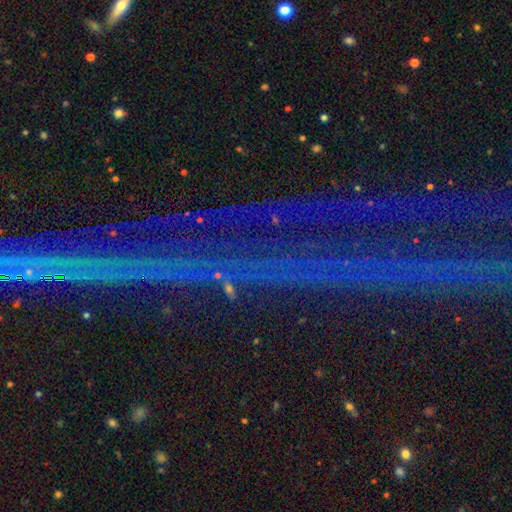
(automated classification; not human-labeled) Q: Smooth or featured?
A: star or artifact (82%); runner-up: featured or disk (11%)